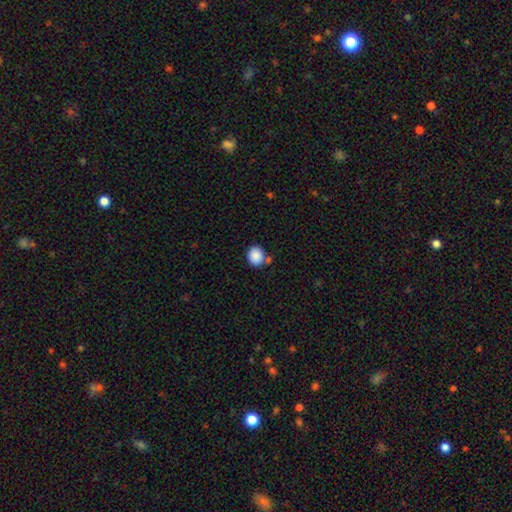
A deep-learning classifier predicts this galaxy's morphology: This is clearly a smooth galaxy (88%). How rounded: likely round (75%). Merging: likely none (74%).